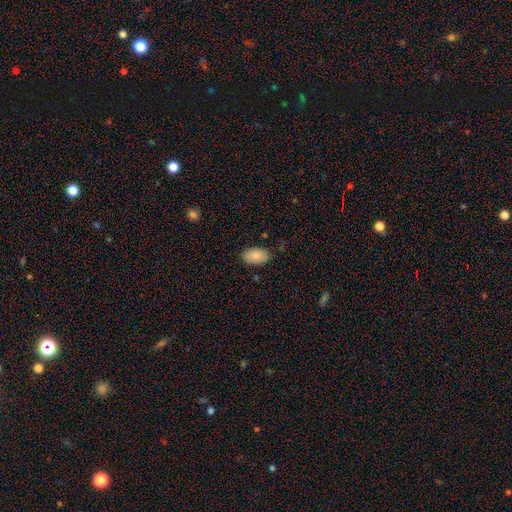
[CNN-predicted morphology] This is clearly a smooth galaxy (85%). How rounded: clearly in between (93%). Merging: clearly none (82%).